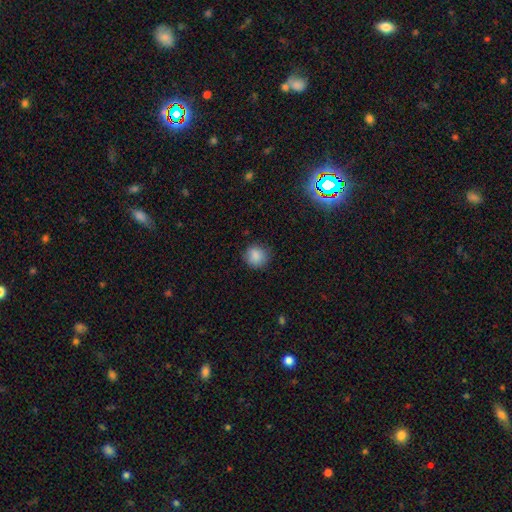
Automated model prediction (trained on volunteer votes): Overall: smooth (86%). How rounded: round (88%). Merging: none (84%).